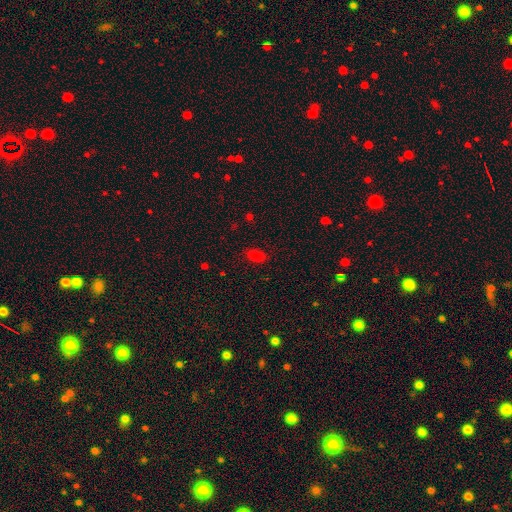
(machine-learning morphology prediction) A smooth galaxy with no disk features (80%) that is in between round and cigar-shaped (88%).

Vote fractions:
- Smooth or featured? smooth: 80% / star or artifact: 14% / featured or disk: 6%
- How rounded? in between: 88% / round: 9% / cigar-shaped: 4%
- Merging? none: 84% / minor disturbance: 11% / major disturbance: 3% / merger: 1%